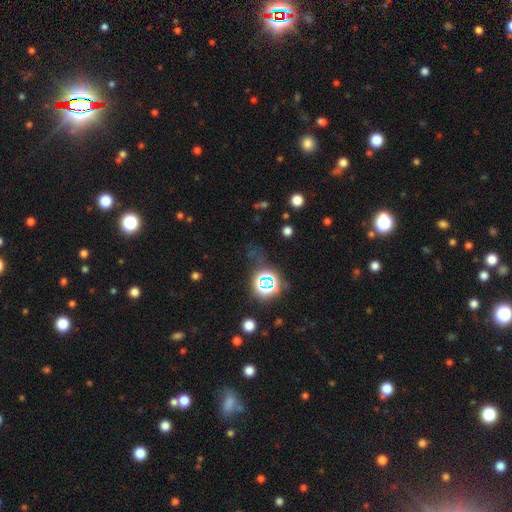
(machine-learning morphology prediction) Smooth or featured? star or artifact (69%)